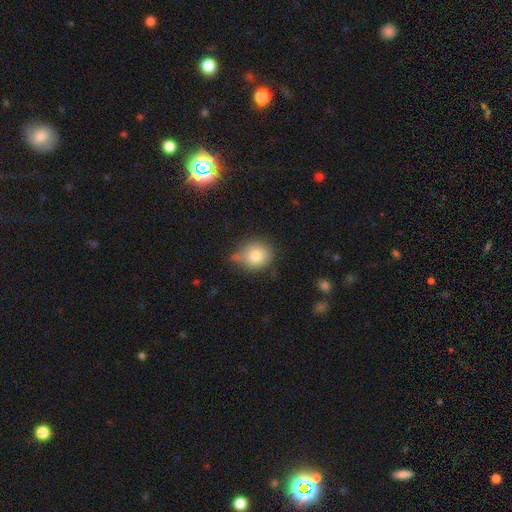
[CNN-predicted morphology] Smooth or featured? Predicted: smooth (p=0.80). How rounded? Predicted: round (p=0.77). Merging? Predicted: none (p=0.53).